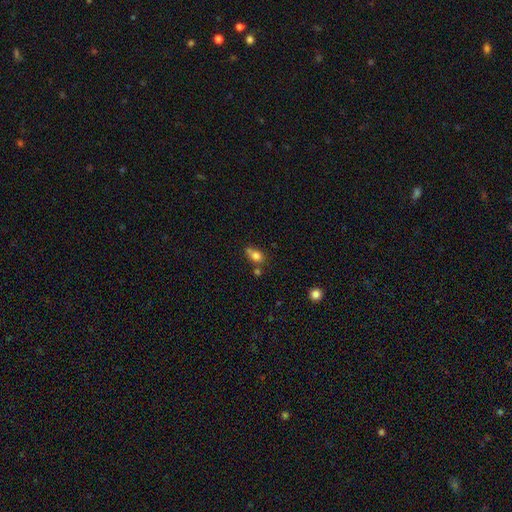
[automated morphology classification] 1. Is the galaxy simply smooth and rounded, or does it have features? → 77% smooth, 12% star or artifact, 11% featured or disk.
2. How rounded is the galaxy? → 49% in between (tied), 49% round (tied), 2% cigar-shaped.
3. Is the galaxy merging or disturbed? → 43% none, 30% merger, 19% minor disturbance, 7% major disturbance.